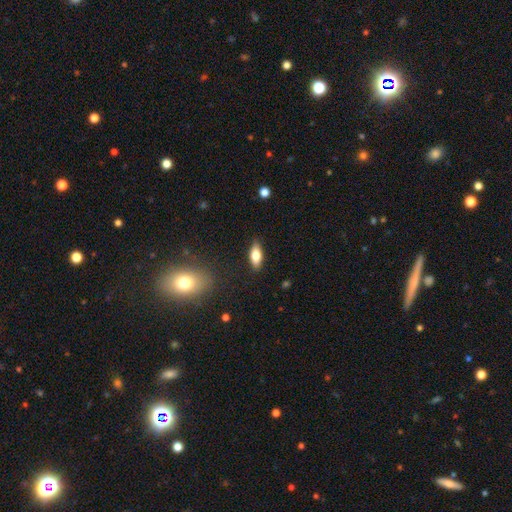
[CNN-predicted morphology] A smooth galaxy with no disk features (72%) that is in between round and cigar-shaped (78%). Merging: none (86%).